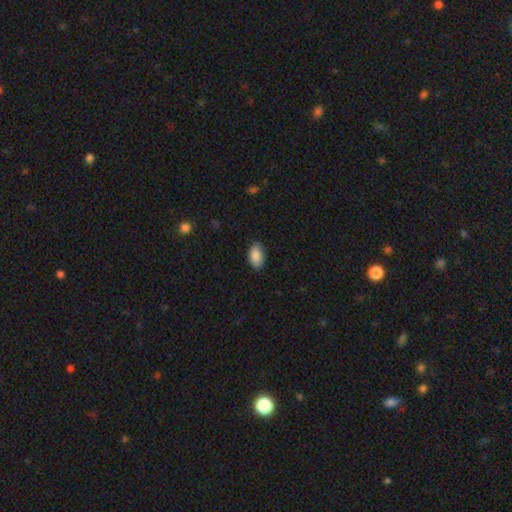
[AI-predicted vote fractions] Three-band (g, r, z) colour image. It shows a smooth galaxy with no disk features (89%) that is in between round and cigar-shaped (94%). Merging: none (83%).